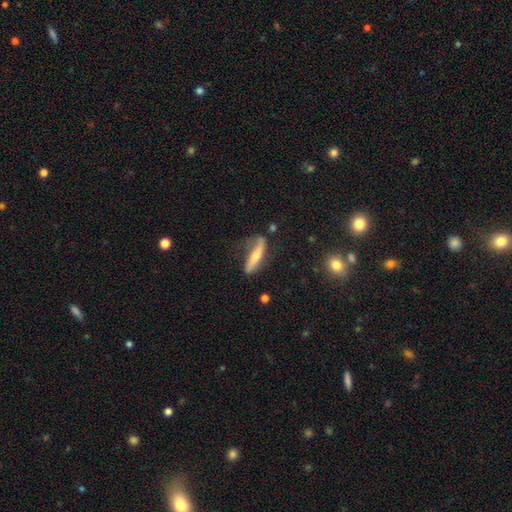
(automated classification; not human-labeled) This is possibly a smooth galaxy (48%). Merging: possibly none (54%).